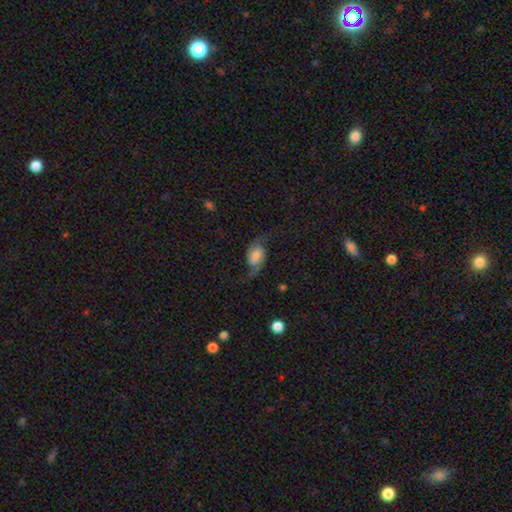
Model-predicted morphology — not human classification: The model was most divided on "bar": no: 47%, weak: 41%, strong: 12%. Remaining: edge-on disk — no (96%); spiral arms — yes (95%); spiral arm count — 2 (93%); spiral winding — loose (77%); smooth or featured — featured or disk (76%); merging — none (69%); bulge size — moderate (35%).